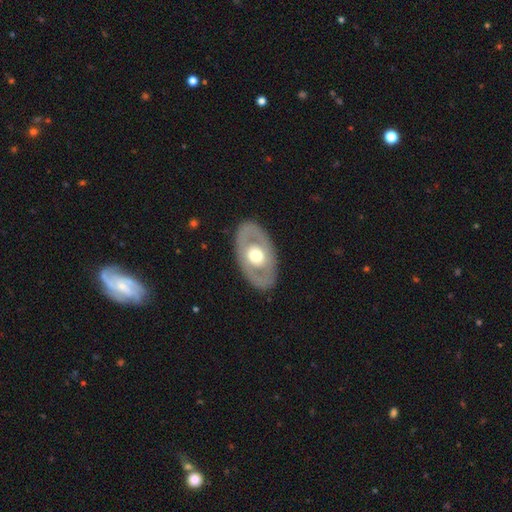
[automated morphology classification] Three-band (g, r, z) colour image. It shows a featured or disk galaxy (59%) with no bar (87%), no spiral arms (86%) and a moderate central bulge (57%). Merging: none (85%).